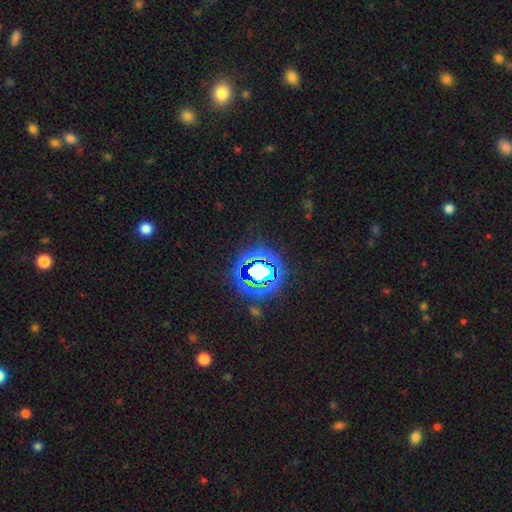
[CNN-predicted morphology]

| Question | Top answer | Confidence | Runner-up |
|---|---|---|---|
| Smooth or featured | star or artifact | 80% | smooth (13%) |